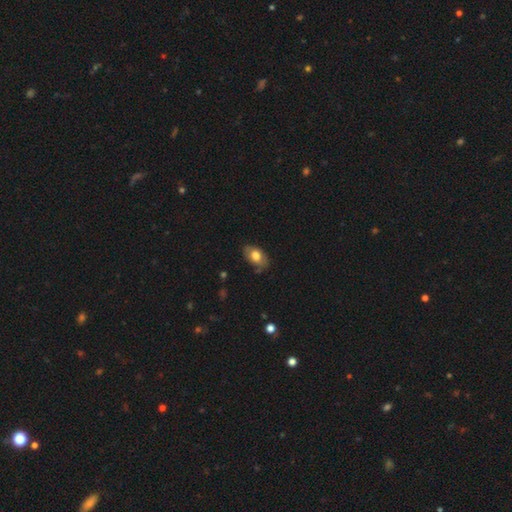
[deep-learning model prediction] Morphology: type=smooth (69%); roundness=in between (88%); merging=none (72%).